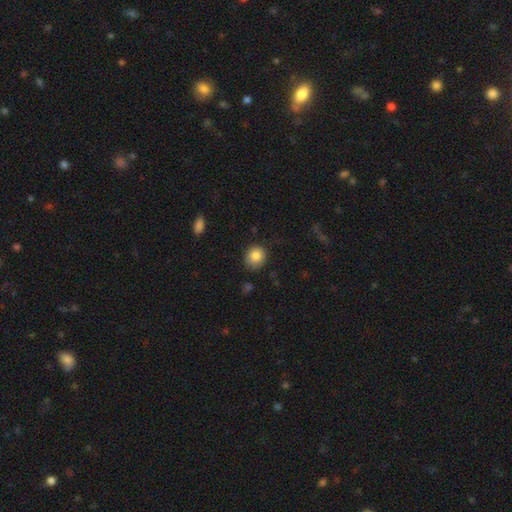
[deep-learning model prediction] smooth 84%, star or artifact 9%, featured or disk 6%. Down the decision tree: how rounded — round (83%); merging — none (80%).